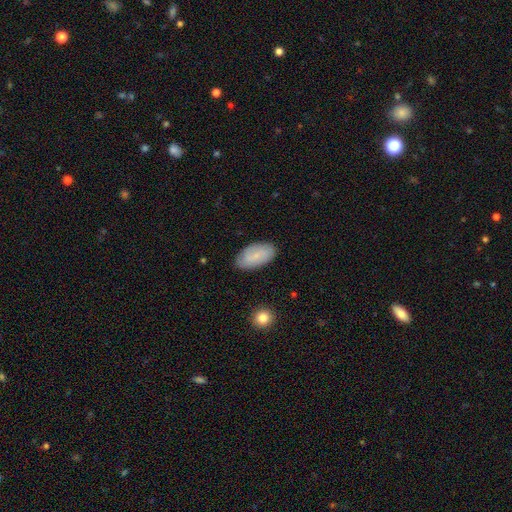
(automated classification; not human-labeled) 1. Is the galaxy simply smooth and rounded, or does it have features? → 59% smooth, 34% featured or disk, 8% star or artifact.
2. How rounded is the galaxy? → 94% in between, 3% round, 3% cigar-shaped.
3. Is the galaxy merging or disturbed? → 82% none, 14% minor disturbance, 3% major disturbance, 1% merger.